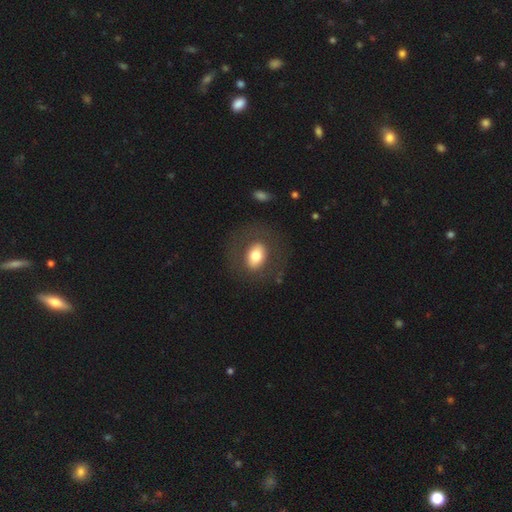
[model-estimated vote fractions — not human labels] smooth_or_featured: smooth (p=0.62) [alt: featured or disk p=0.31]
how_rounded: in between (p=0.66) [alt: round p=0.32]
merging: none (p=0.76) [alt: minor disturbance p=0.12]